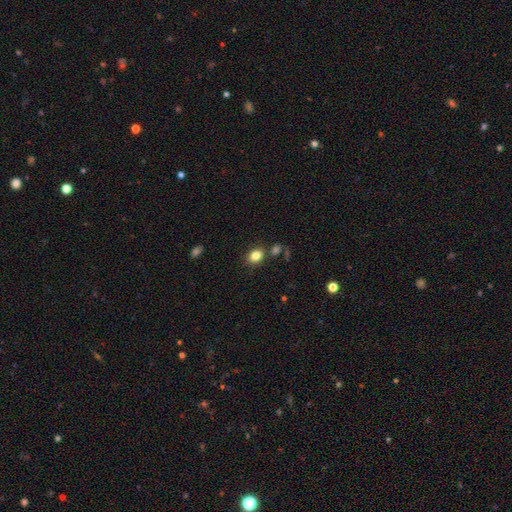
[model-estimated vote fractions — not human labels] smooth 84%, star or artifact 10%, featured or disk 6%. Down the decision tree: how rounded — in between (59%); merging — none (78%).